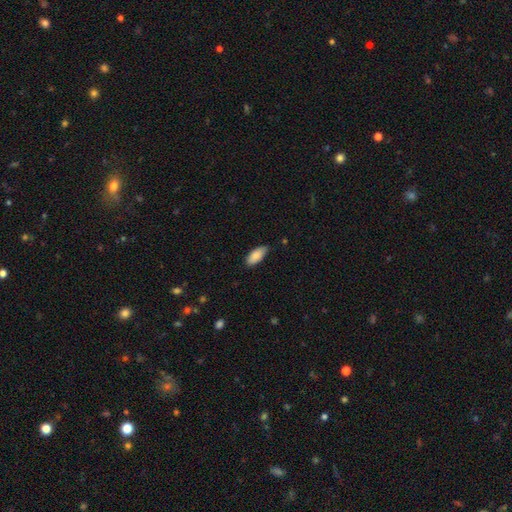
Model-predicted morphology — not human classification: A smooth galaxy with no disk features (86%) that is in between round and cigar-shaped (87%).

Vote fractions:
- Smooth or featured? smooth: 86% / featured or disk: 8% / star or artifact: 6%
- How rounded? in between: 87% / cigar-shaped: 11% / round: 2%
- Merging? none: 79% / minor disturbance: 18% / major disturbance: 2% / merger: 1%